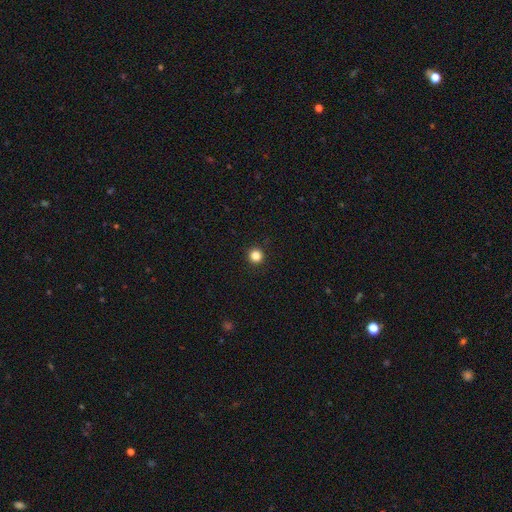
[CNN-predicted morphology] The model was most divided on "smooth or featured": smooth: 84%, star or artifact: 12%, featured or disk: 4%. More confident: how rounded — round (96%); merging — none (93%).